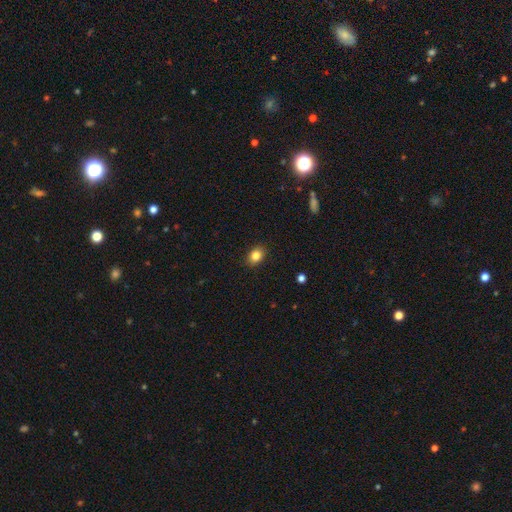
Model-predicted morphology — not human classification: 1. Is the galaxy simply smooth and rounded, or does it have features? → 85% smooth, 10% star or artifact, 5% featured or disk.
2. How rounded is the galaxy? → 61% in between, 38% round, 1% cigar-shaped.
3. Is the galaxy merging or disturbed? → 89% none, 8% minor disturbance, 2% major disturbance, 1% merger.